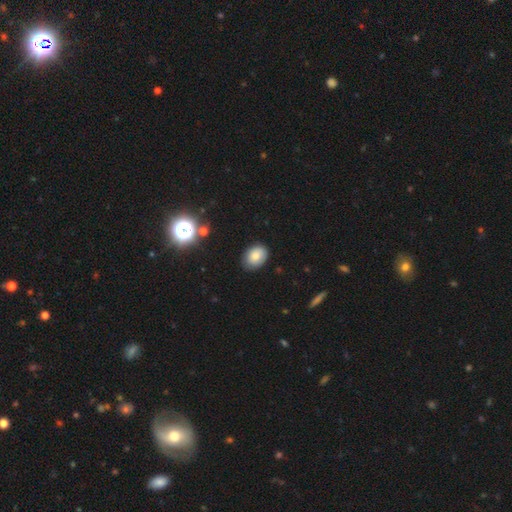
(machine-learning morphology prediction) Smooth or featured? Predicted: smooth (p=0.80). How rounded? Predicted: in between (p=0.70). Merging? Predicted: none (p=0.82).